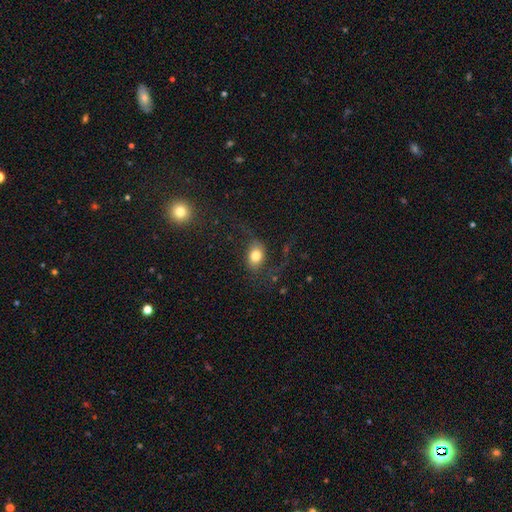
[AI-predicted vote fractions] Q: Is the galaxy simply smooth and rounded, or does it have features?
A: smooth — 70%.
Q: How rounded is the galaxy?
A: in between — 71%.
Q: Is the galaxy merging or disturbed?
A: none — 60%.